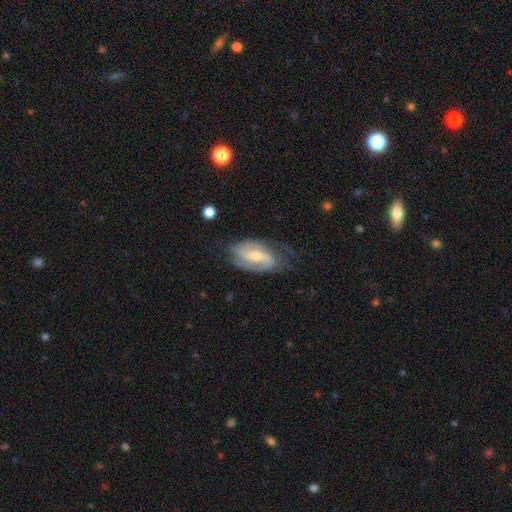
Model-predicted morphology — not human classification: smooth_or_featured: featured or disk (p=0.83) [alt: smooth p=0.12]
disk_edge_on: no (p=0.96) [alt: yes p=0.04]
bar: weak (p=0.43) [alt: strong p=0.30]
has_spiral_arms: yes (p=0.95) [alt: no p=0.05]
spiral_winding: medium (p=0.46) [alt: tight p=0.29]
spiral_arm_count: 2 (p=0.80) [alt: can't tell p=0.08]
bulge_size: moderate (p=0.48) [tied with: small p=0.48]
merging: none (p=0.67) [alt: minor disturbance p=0.22]